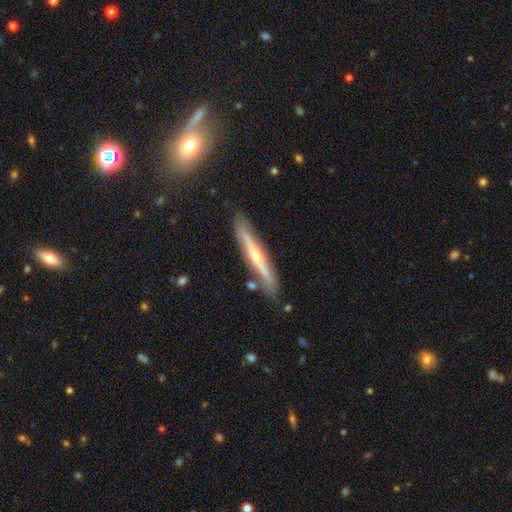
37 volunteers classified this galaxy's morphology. smooth-or-featured: featured or disk: 65% | smooth: 27% | star or artifact: 8%
  disk-edge-on: yes: 100% | no: 0%
    edge-on-bulge: rounded: 96% | none: 4% | boxy: 0%
  merging: none: 74% | minor disturbance: 18% | major disturbance: 9% | merger: 0%